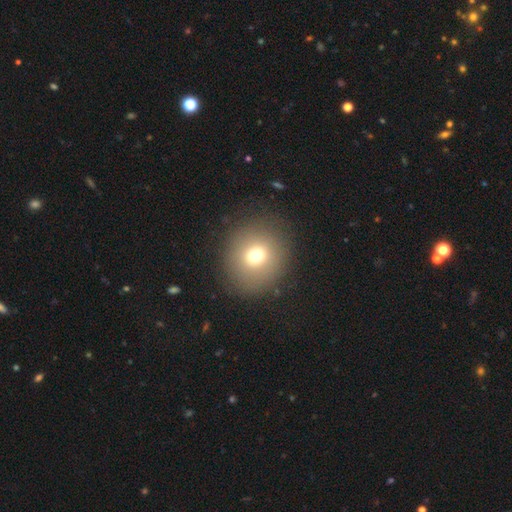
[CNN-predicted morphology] smooth_or_featured: smooth (p=0.72) [alt: star or artifact p=0.14]
how_rounded: round (p=0.88) [alt: in between p=0.11]
merging: none (p=0.86) [alt: minor disturbance p=0.08]